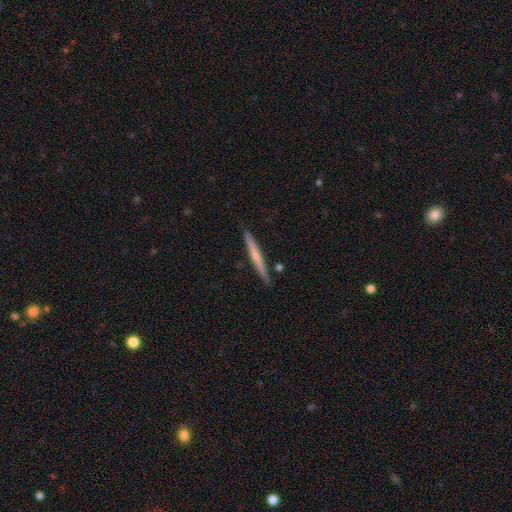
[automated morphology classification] smooth 51%, featured or disk 44%, star or artifact 5%. Down the decision tree: how rounded — cigar-shaped (97%); merging — none (89%).